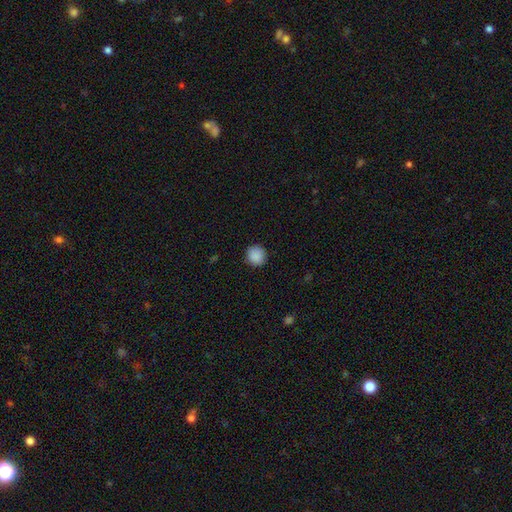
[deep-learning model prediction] Smooth or featured?
  - smooth: 89% *
  - star or artifact: 8%
  - featured or disk: 3%
How rounded?
  - round: 91% *
  - in between: 8%
  - cigar-shaped: 1%
Merging?
  - none: 89% *
  - minor disturbance: 8%
  - major disturbance: 2%
  - merger: 1%